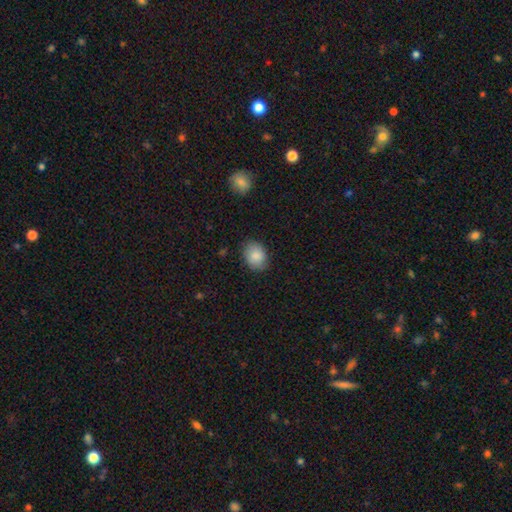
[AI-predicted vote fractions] Overall: smooth (87%). How rounded: in between (63%; round 36%). Merging: none (82%).